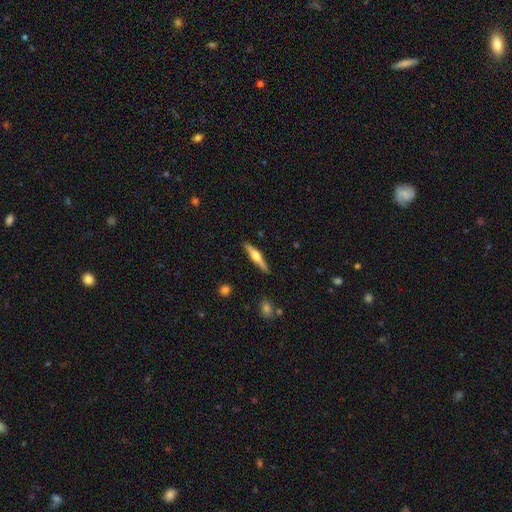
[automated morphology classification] Overall: featured or disk (63%; smooth 32%). Edge-on disk: yes (97%). Edge-on bulge: rounded (90%). Merging: none (89%).